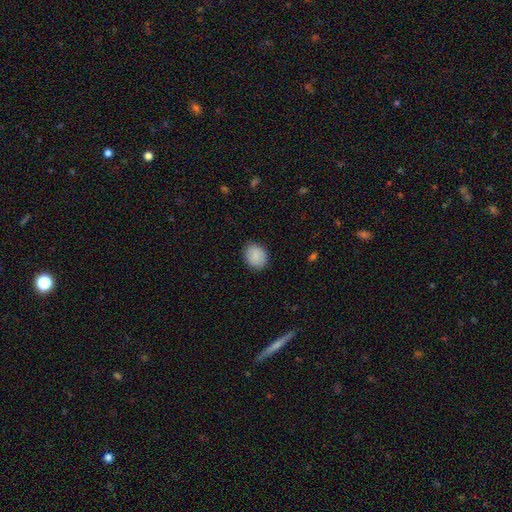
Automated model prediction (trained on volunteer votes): Smooth or featured? Predicted: smooth (p=0.88). How rounded? Predicted: round (p=0.54). Merging? Predicted: none (p=0.87).